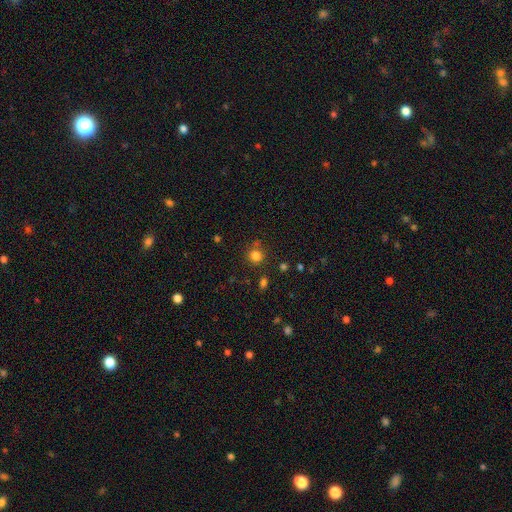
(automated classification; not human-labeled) Smooth or featured?
  - smooth: 80% *
  - star or artifact: 15%
  - featured or disk: 5%
How rounded?
  - round: 90% *
  - in between: 9%
  - cigar-shaped: 1%
Merging?
  - none: 79% *
  - minor disturbance: 10%
  - merger: 7%
  - major disturbance: 4%